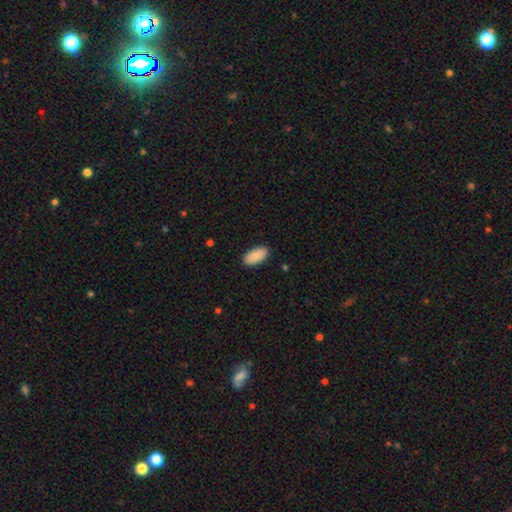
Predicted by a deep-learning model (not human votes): smooth-or-featured: smooth: 90% | star or artifact: 6% | featured or disk: 3%
  how-rounded: in between: 94% | cigar-shaped: 4% | round: 2%
  merging: none: 89% | minor disturbance: 9% | major disturbance: 2% | merger: 1%